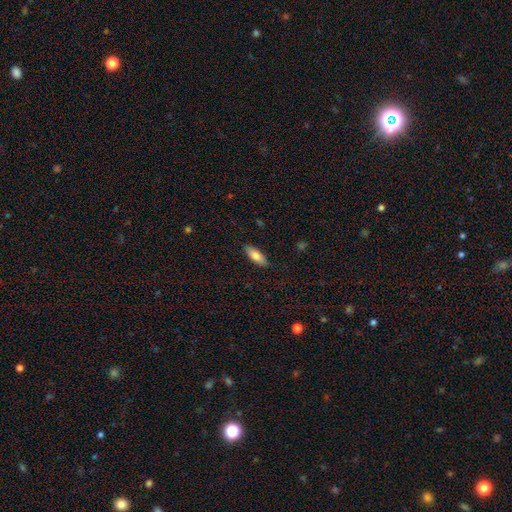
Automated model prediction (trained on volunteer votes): Smooth or featured? Predicted: smooth (p=0.79). How rounded? Predicted: in between (p=0.70). Merging? Predicted: none (p=0.88).